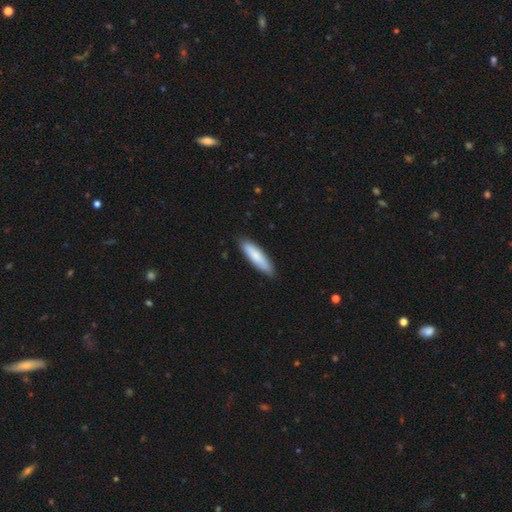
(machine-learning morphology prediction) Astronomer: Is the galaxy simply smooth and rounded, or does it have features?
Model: smooth — 81%.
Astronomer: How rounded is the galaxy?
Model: cigar-shaped — 71%.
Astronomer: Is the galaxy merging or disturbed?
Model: none — 86%.